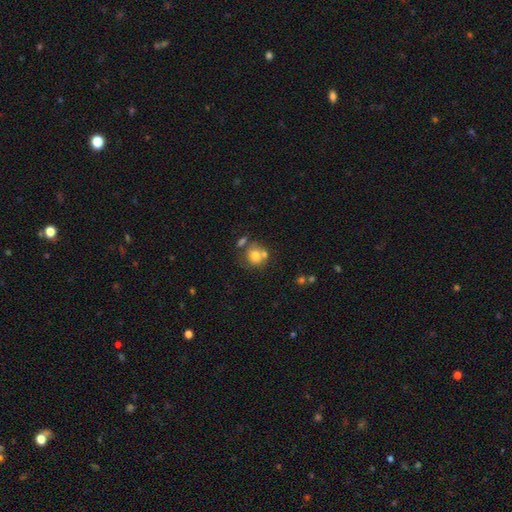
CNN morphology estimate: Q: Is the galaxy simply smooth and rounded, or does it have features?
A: smooth — 72%.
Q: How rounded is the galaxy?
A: round — 75%.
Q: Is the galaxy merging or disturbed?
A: none — 43%.